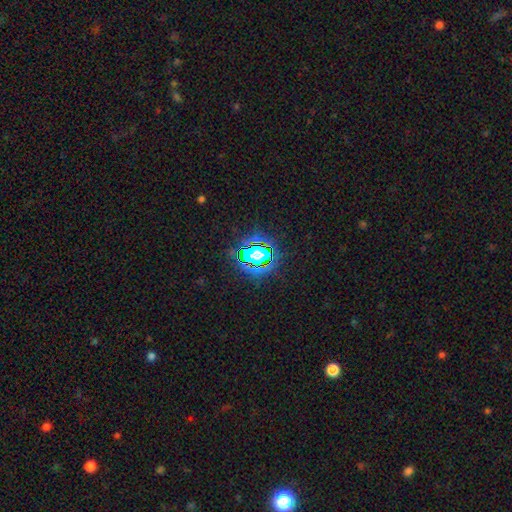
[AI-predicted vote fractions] A star or artifact, not a galaxy (81%).